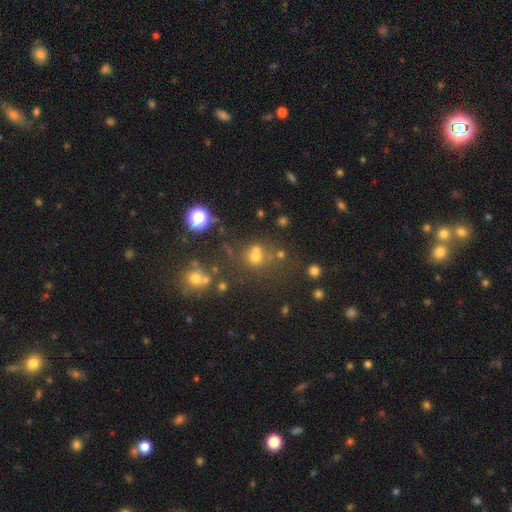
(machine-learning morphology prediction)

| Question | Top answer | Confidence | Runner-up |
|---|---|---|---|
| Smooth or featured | smooth | 58% | star or artifact (29%) |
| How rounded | round | 82% | in between (17%) |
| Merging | none | 56% | merger (28%) |